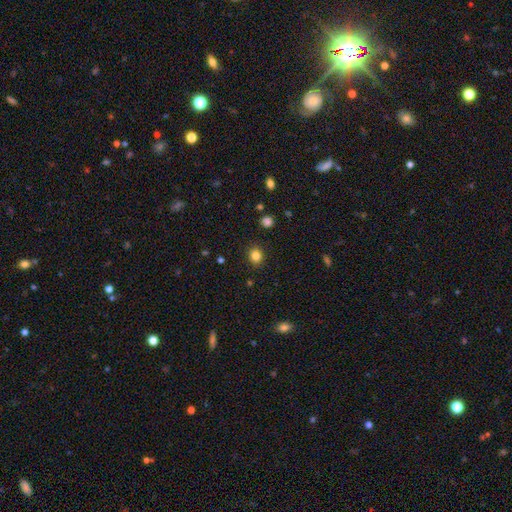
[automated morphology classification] Smooth or featured? Predicted: smooth (p=0.83). How rounded? Predicted: round (p=0.80). Merging? Predicted: none (p=0.90).